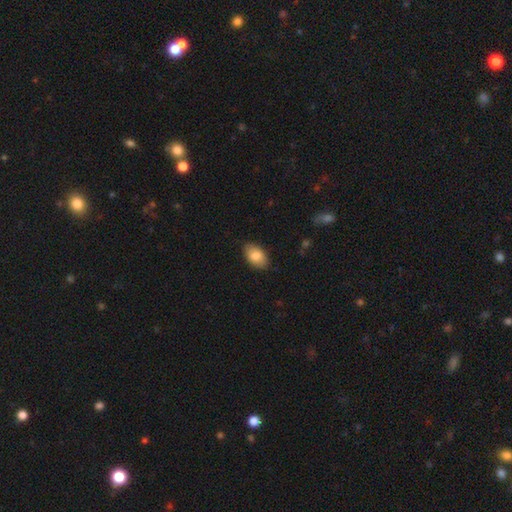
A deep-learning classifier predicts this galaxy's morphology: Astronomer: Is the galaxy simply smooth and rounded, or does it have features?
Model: smooth — 83%.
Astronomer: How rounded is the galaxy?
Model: in between — 93%.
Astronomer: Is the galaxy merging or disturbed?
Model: none — 86%.